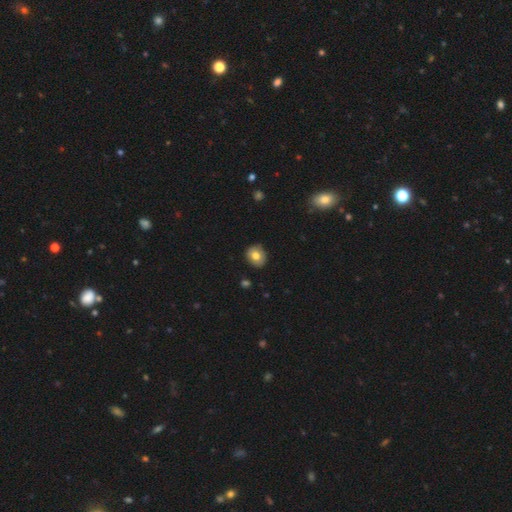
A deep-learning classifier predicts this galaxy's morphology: Q: Smooth or featured?
A: smooth (75%); runner-up: featured or disk (16%)
Q: How rounded?
A: round (72%); runner-up: in between (27%)
Q: Merging?
A: none (84%); runner-up: minor disturbance (13%)